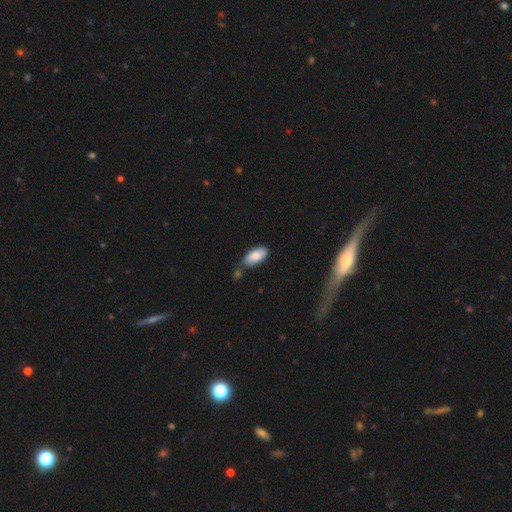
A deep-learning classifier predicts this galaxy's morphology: smooth_or_featured: smooth (p=0.85) [alt: featured or disk p=0.09]
how_rounded: in between (p=0.91) [alt: cigar-shaped p=0.07]
merging: none (p=0.60) [alt: minor disturbance p=0.19]